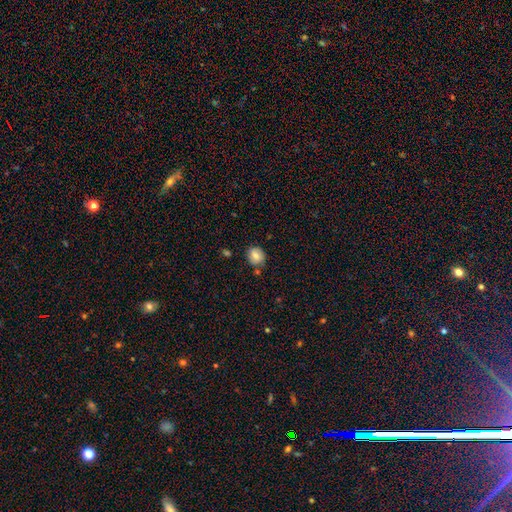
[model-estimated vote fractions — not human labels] Morphology: type=smooth (76%); roundness=round (76%); merging=none (75%).